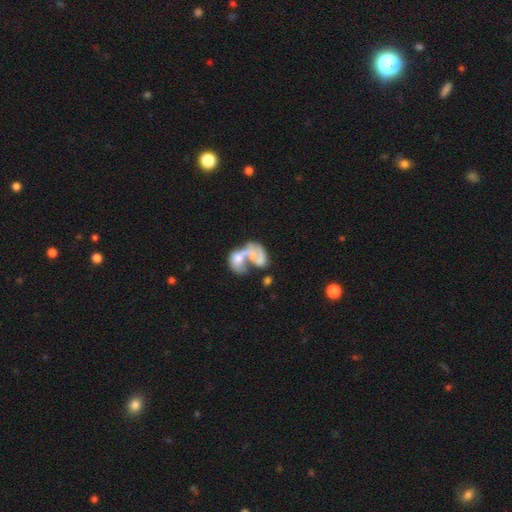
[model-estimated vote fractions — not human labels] smooth-or-featured: featured or disk: 55% | smooth: 37% | star or artifact: 9%
  disk-edge-on: no: 98% | yes: 2%
    bar: no: 81% | weak: 14% | strong: 4%
    has-spiral-arms: no: 61% | yes: 39%
    bulge-size: none: 44% | moderate: 24% | small: 23% | large: 6% | dominant: 3%
  merging: merger: 69% | major disturbance: 16% | none: 9% | minor disturbance: 6%